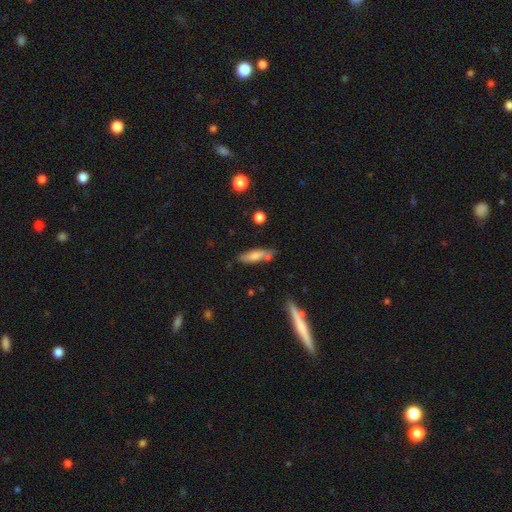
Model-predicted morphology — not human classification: This appears to be a smooth galaxy with no disk features (69%) that is cigar-shaped (55%). Merging: none (64%).